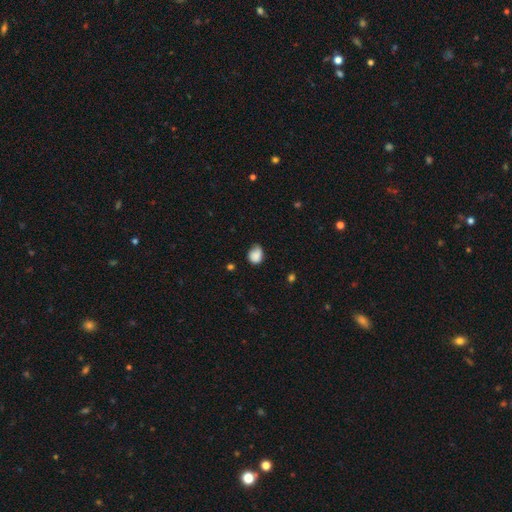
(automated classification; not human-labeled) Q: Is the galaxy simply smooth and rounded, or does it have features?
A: smooth — 84%.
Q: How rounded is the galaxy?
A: in between — 53%.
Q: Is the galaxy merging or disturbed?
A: none — 50%.